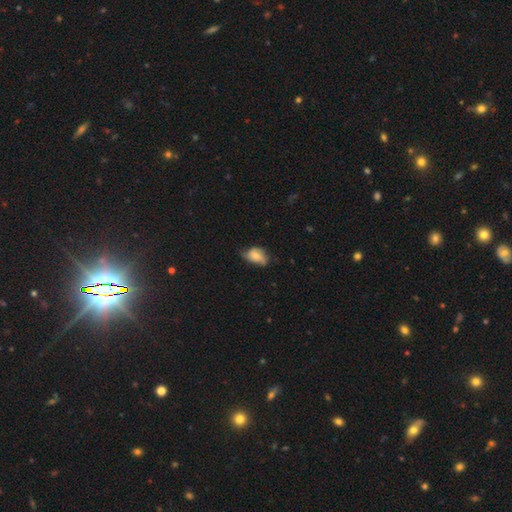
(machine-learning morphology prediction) smooth_or_featured: smooth (p=0.60) [alt: featured or disk p=0.32]
how_rounded: in between (p=0.85) [alt: round p=0.12]
merging: none (p=0.48) [alt: minor disturbance p=0.39]